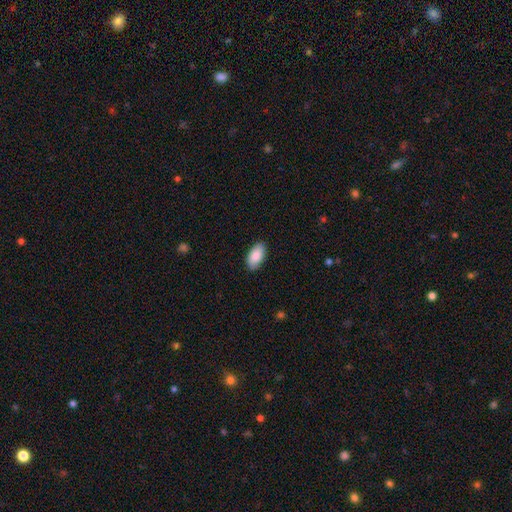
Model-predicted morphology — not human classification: smooth_or_featured: smooth (p=0.89) [alt: star or artifact p=0.06]
how_rounded: in between (p=0.95) [alt: cigar-shaped p=0.03]
merging: none (p=0.88) [alt: minor disturbance p=0.09]